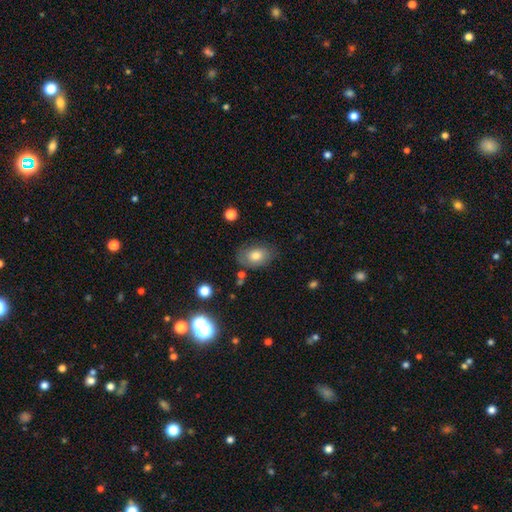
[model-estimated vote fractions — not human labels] The model was most divided on "merging": none: 69%, minor disturbance: 21%, major disturbance: 6%, merger: 3%. More confident: how rounded — in between (79%); smooth or featured — smooth (76%).